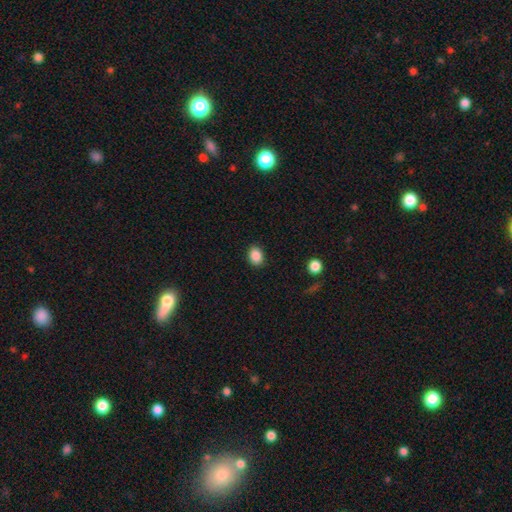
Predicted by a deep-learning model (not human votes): Overall: smooth (88%). How rounded: in between (65%; round 34%). Merging: none (88%).